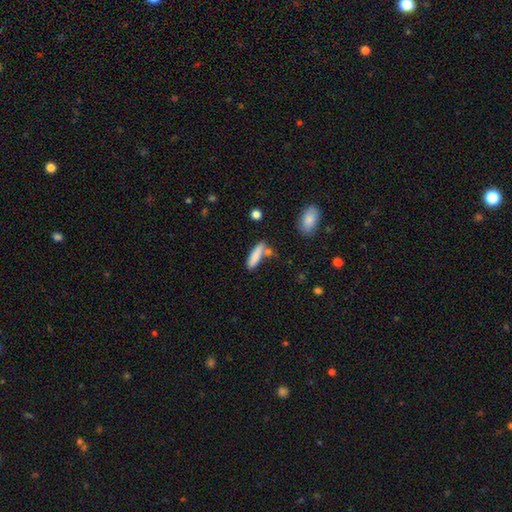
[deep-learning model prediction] A smooth galaxy with no disk features (82%) that is cigar-shaped (71%).

Vote fractions:
- Smooth or featured? smooth: 82% / featured or disk: 10% / star or artifact: 7%
- How rounded? cigar-shaped: 71% / in between: 27% / round: 2%
- Merging? none: 62% / merger: 17% / minor disturbance: 16% / major disturbance: 5%